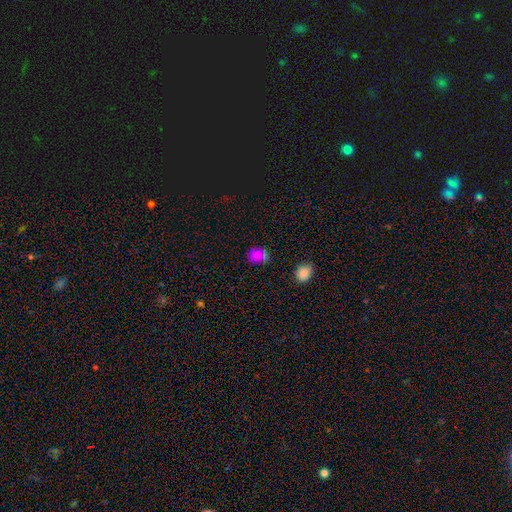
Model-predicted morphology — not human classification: Overall: smooth (75%). How rounded: round (64%; in between 35%). Merging: none (76%).